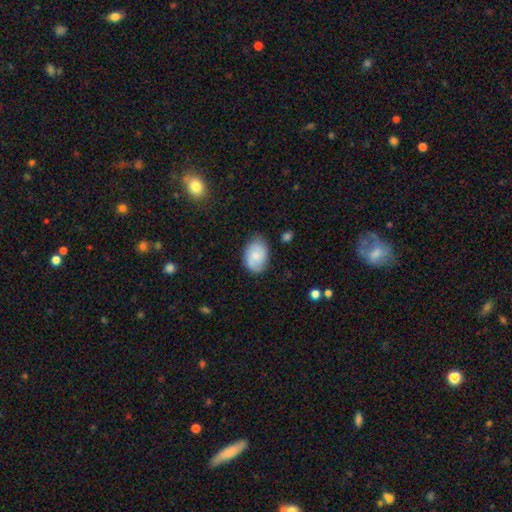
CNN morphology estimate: smooth 68%, featured or disk 25%, star or artifact 7%. Down the decision tree: how rounded — in between (81%); merging — none (71%).